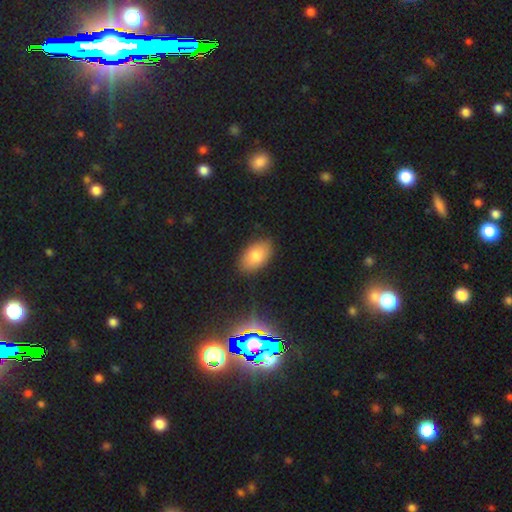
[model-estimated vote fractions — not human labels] Smooth or featured: smooth — 78% (featured or disk — 12%)
How rounded: in between — 92% (round — 7%)
Merging: none — 86% (minor disturbance — 10%)